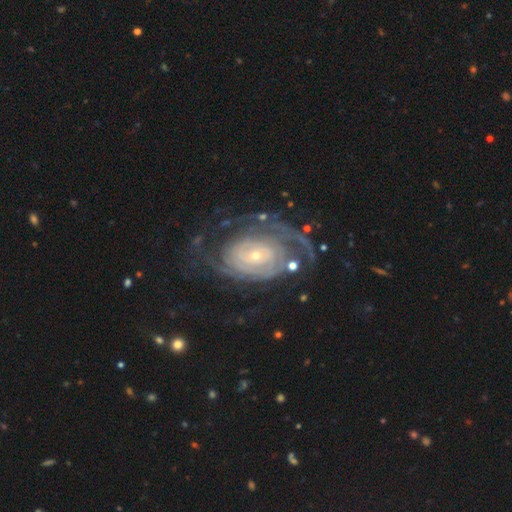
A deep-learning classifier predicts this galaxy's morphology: A featured or disk galaxy (86%) with no bar (74%), tight (68%) spiral arms (92%) and a small central bulge (77%). Merging: none (57%).